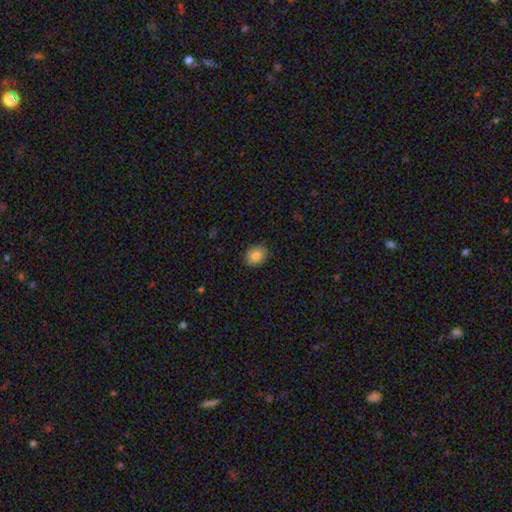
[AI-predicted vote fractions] smooth_or_featured: smooth (p=0.82) [alt: featured or disk p=0.09]
how_rounded: round (p=0.50) [alt: in between p=0.49]
merging: none (p=0.88) [alt: minor disturbance p=0.09]